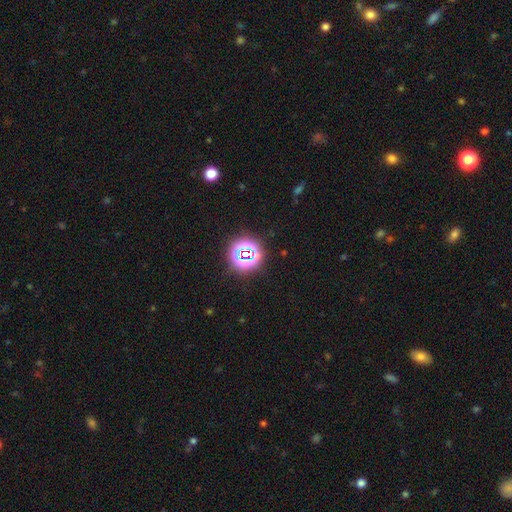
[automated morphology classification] smooth_or_featured: star or artifact (p=0.70) [alt: smooth p=0.21]